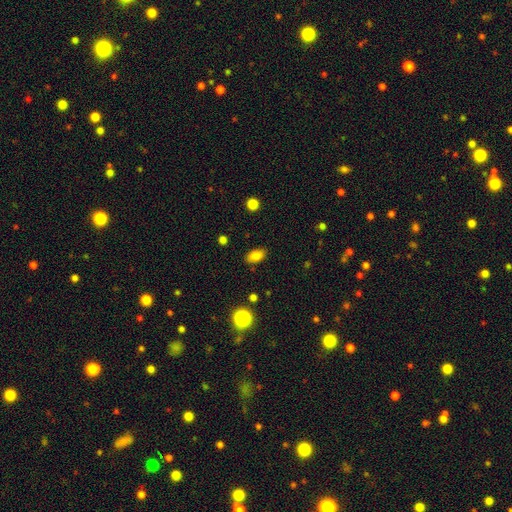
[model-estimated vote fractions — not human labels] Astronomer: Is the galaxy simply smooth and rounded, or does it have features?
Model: smooth — 82%.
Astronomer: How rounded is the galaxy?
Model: in between — 89%.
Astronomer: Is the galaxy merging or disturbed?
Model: none — 86%.